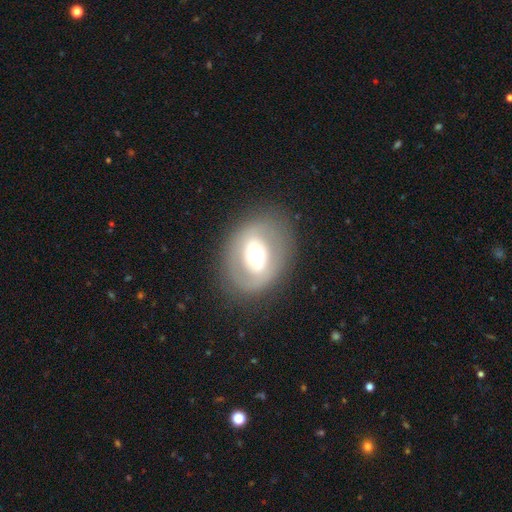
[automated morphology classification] smooth 45%, featured or disk 43%, star or artifact 11%. Down the decision tree: merging — none (79%).